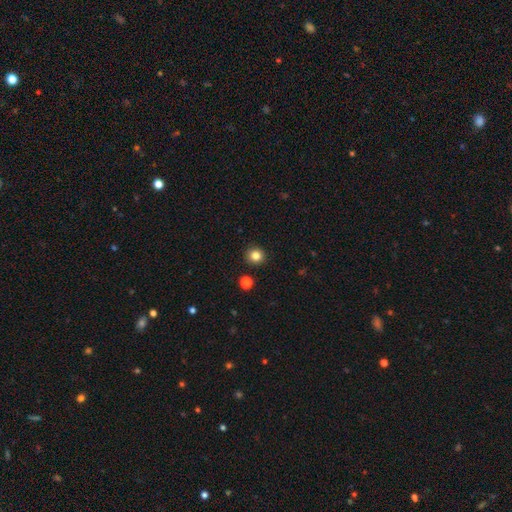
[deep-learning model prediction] This is clearly a smooth galaxy (82%). How rounded: clearly round (90%). Merging: clearly none (92%).